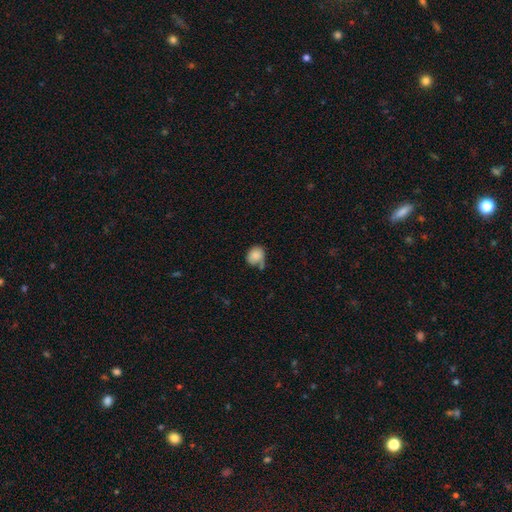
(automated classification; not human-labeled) Overall: smooth (84%). How rounded: round (65%; in between 34%). Merging: none (48%; minor disturbance 29%).